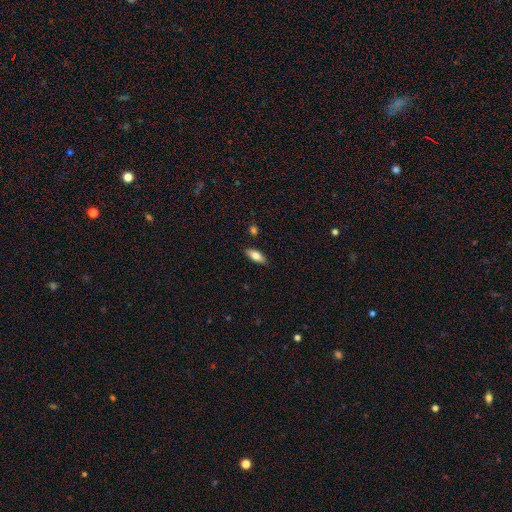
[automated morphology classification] Smooth or featured? smooth (77%)
How rounded? in between (81%)
Merging? none (86%)